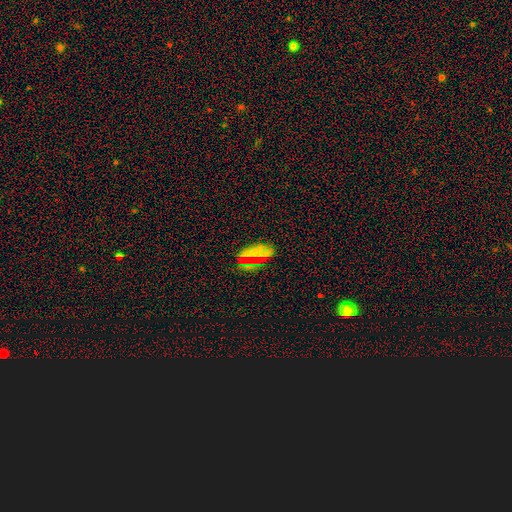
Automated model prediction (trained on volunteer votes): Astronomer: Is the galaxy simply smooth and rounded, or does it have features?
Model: smooth — 44% (runner-up: star or artifact, 32%).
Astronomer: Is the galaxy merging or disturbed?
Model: none — 51%.